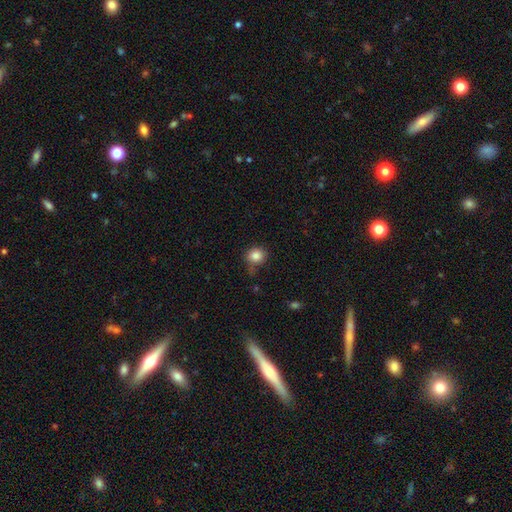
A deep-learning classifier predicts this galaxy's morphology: Smooth or featured? smooth (84%)
How rounded? round (83%)
Merging? none (71%)